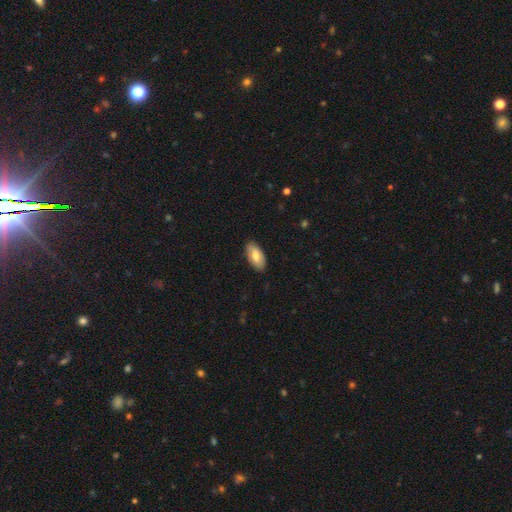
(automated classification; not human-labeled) The model was most divided on "smooth or featured": smooth: 72%, featured or disk: 22%, star or artifact: 6%. More confident: how rounded — in between (94%); merging — none (86%).